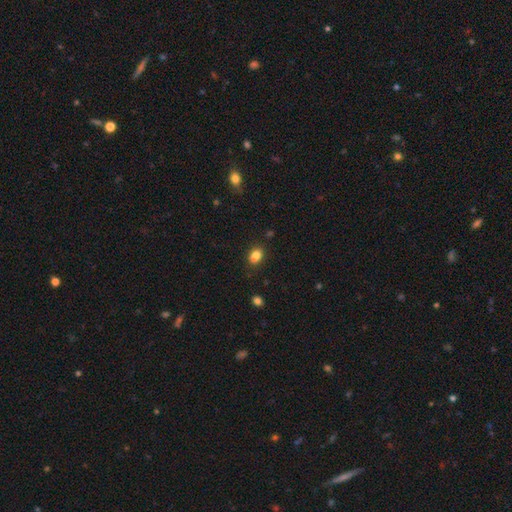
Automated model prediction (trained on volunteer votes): Smooth or featured: smooth — 84% (star or artifact — 10%)
How rounded: in between — 74% (round — 24%)
Merging: none — 81% (minor disturbance — 12%)